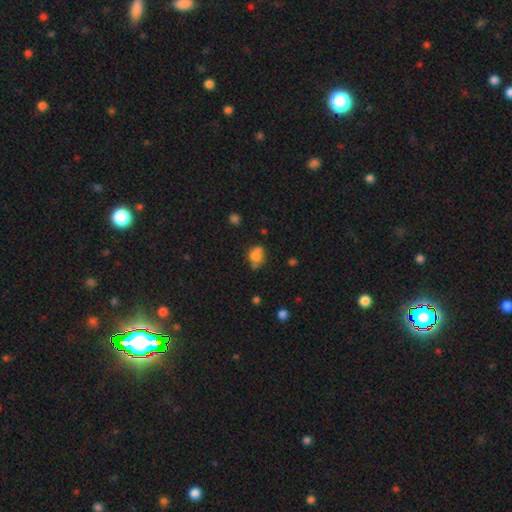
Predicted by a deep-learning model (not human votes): The model was most divided on "how rounded" (2-way tie): in between: 49%, round: 49%, cigar-shaped: 1%. Remaining: smooth or featured — smooth (72%); merging — none (47%).